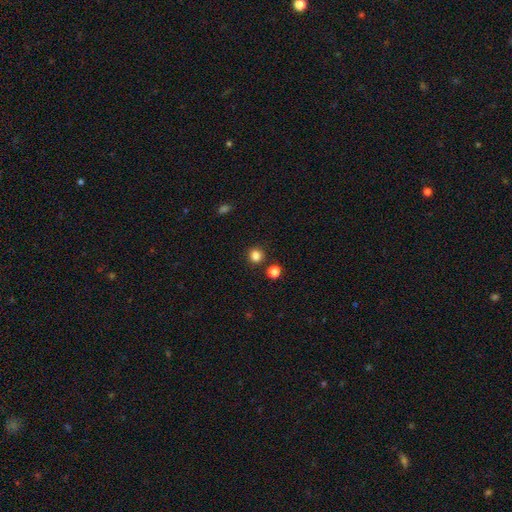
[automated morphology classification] The model was most divided on "smooth or featured": smooth: 83%, star or artifact: 13%, featured or disk: 4%. More confident: how rounded — round (87%); merging — none (84%).